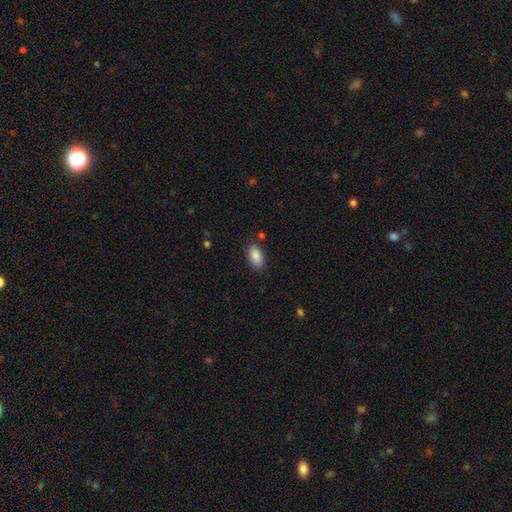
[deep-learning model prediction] A smooth galaxy with no disk features (88%) that is in between round and cigar-shaped (93%). Merging: none (81%).